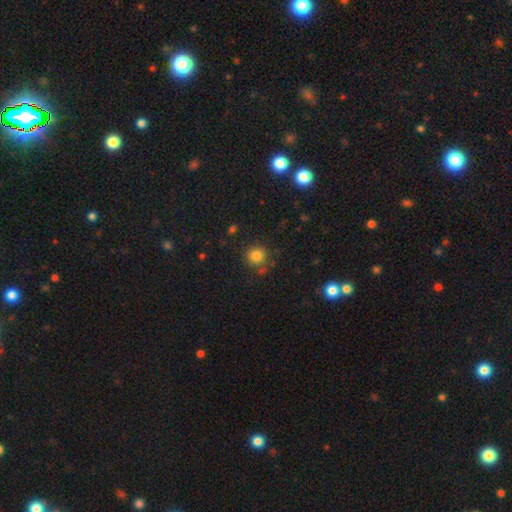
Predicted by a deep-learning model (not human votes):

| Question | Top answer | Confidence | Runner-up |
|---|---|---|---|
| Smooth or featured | smooth | 81% | star or artifact (13%) |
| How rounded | round | 91% | in between (8%) |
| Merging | none | 78% | minor disturbance (12%) |